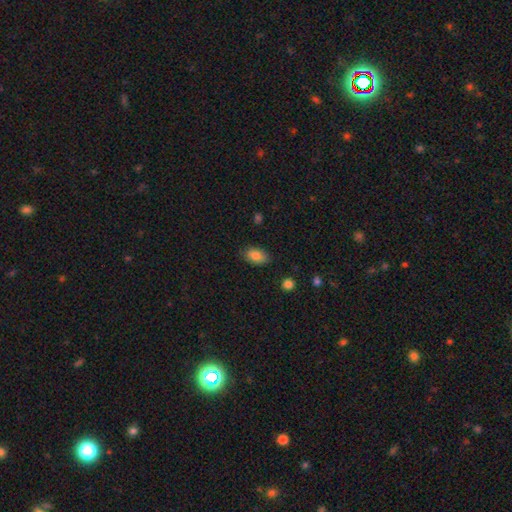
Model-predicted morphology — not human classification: smooth_or_featured: smooth (p=0.83) [alt: featured or disk p=0.09]
how_rounded: in between (p=0.89) [alt: round p=0.09]
merging: none (p=0.83) [alt: minor disturbance p=0.13]